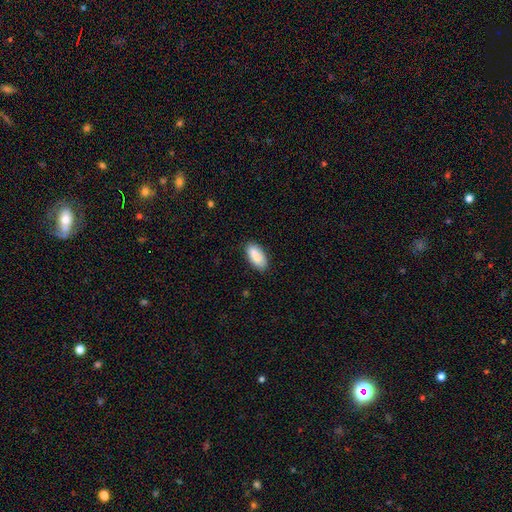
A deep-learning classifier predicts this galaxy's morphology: Smooth or featured?
  - smooth: 89% *
  - star or artifact: 6%
  - featured or disk: 5%
How rounded?
  - in between: 91% *
  - cigar-shaped: 7%
  - round: 2%
Merging?
  - none: 83% *
  - minor disturbance: 14%
  - major disturbance: 2%
  - merger: 1%